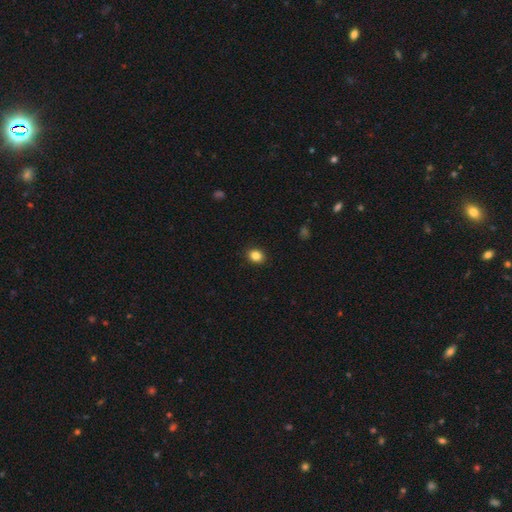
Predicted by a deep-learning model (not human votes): Smooth or featured? Predicted: smooth (p=0.86). How rounded? Predicted: round (p=0.50). Merging? Predicted: none (p=0.91).